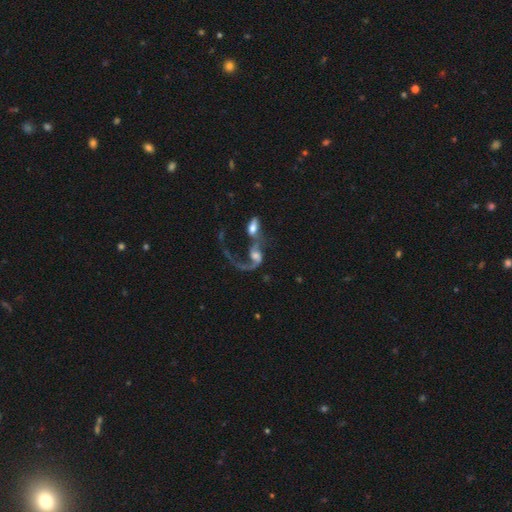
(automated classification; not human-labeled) This is likely a featured or disk galaxy (71%). It is clearly not viewed edge-on (95%). Bar: possibly no (55%). Spiral arm pattern: clearly yes (84%). Spiral arm count: possibly 1 (59%). Spiral winding: clearly loose (84%). Central bulge: marginally moderate (38%). Merging: possibly merger (59%).